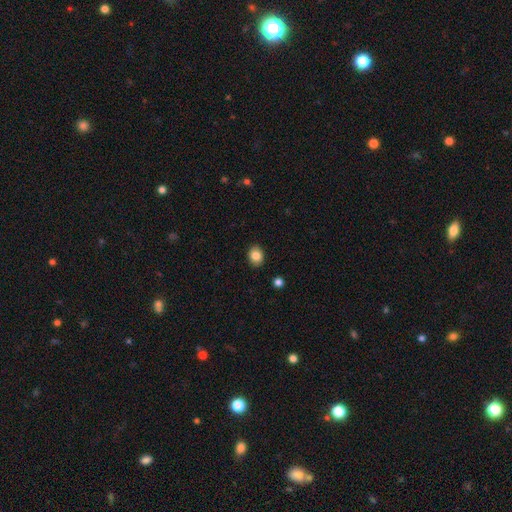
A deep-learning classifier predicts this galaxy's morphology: Q: Smooth or featured?
A: smooth (85%); runner-up: star or artifact (9%)
Q: How rounded?
A: in between (51%); runner-up: round (48%)
Q: Merging?
A: none (89%); runner-up: minor disturbance (8%)